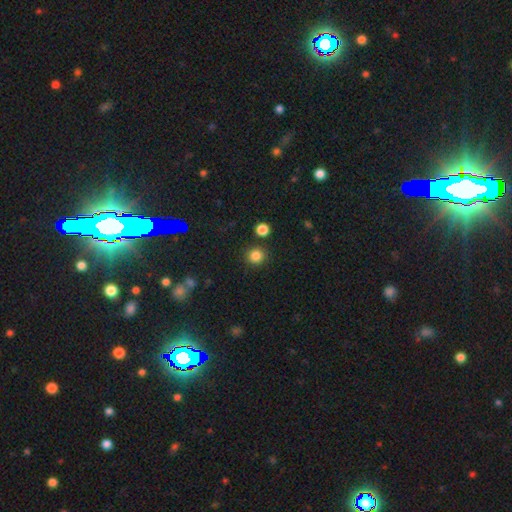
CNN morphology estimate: Smooth or featured? smooth (84%)
How rounded? round (91%)
Merging? none (88%)